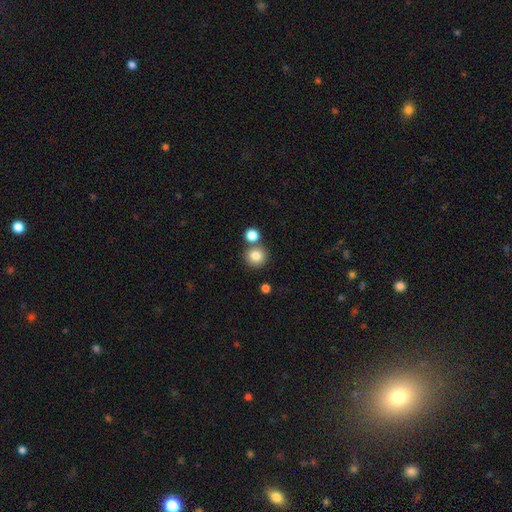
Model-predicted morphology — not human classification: Smooth or featured?
  - smooth: 82% *
  - star or artifact: 11%
  - featured or disk: 7%
How rounded?
  - round: 92% *
  - in between: 7%
  - cigar-shaped: 1%
Merging?
  - none: 73% *
  - merger: 18%
  - minor disturbance: 7%
  - major disturbance: 2%